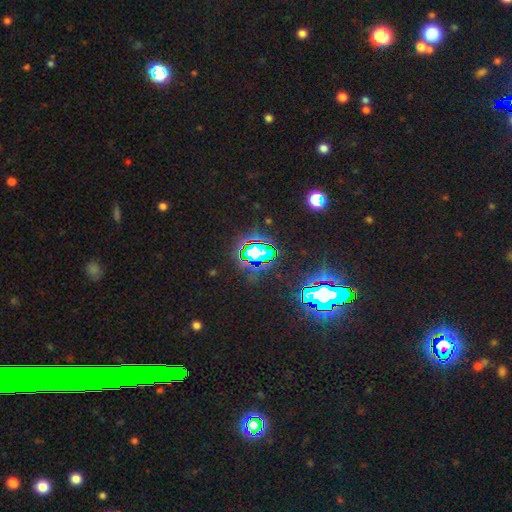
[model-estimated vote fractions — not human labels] star or artifact 71%, smooth 16%, featured or disk 13%.